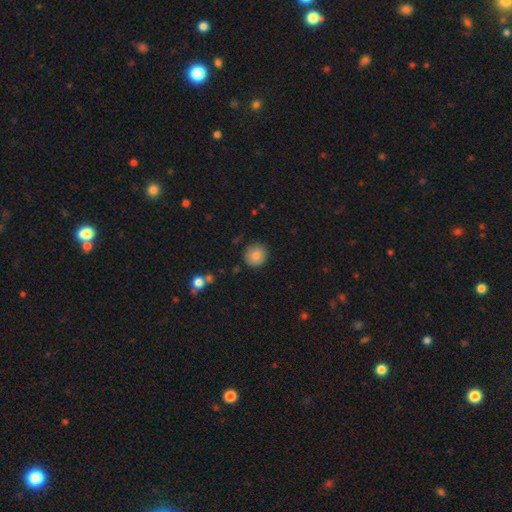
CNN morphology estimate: This appears to be a smooth galaxy with no disk features (85%) that is round (90%). Merging: none (87%).